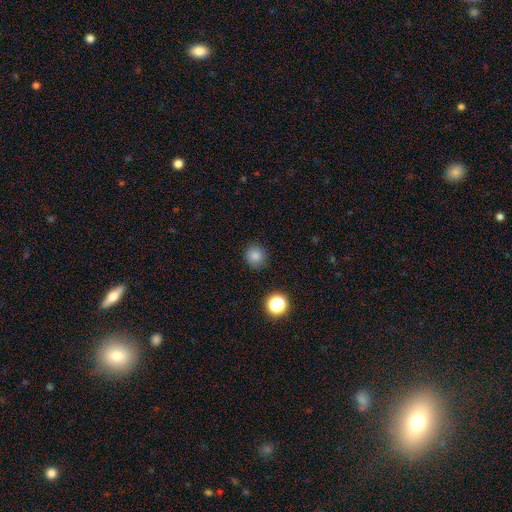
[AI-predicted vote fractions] This is clearly a smooth galaxy (83%). How rounded: clearly round (92%). Merging: clearly none (89%).